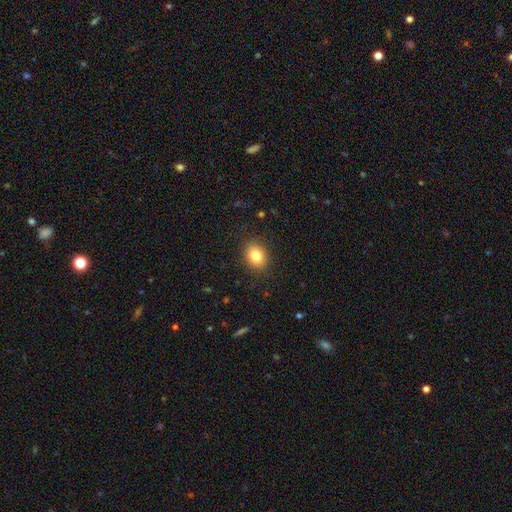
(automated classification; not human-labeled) Smooth or featured? Predicted: smooth (p=0.82). How rounded? Predicted: in between (p=0.57). Merging? Predicted: none (p=0.88).